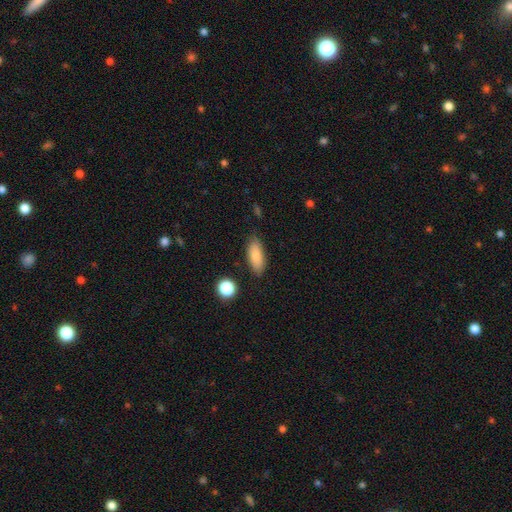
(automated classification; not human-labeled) Smooth or featured? Predicted: smooth (p=0.83). How rounded? Predicted: in between (p=0.78). Merging? Predicted: none (p=0.82).